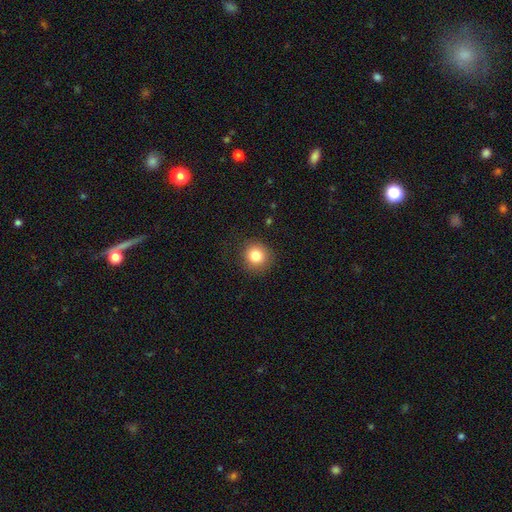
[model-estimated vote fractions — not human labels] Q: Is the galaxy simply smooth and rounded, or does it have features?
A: smooth — 81%.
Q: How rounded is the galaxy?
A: round — 92%.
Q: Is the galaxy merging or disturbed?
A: none — 88%.